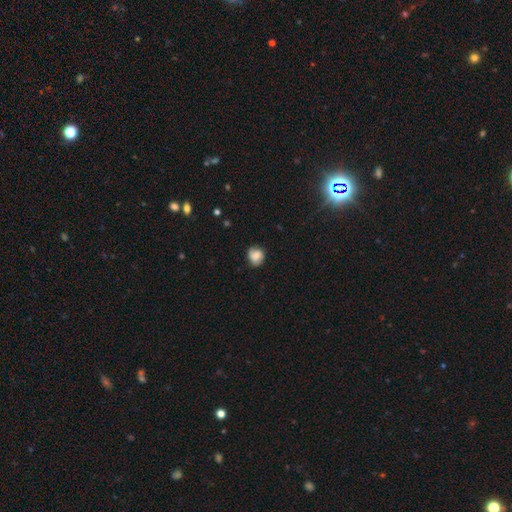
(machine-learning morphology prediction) Smooth or featured? smooth (66%)
How rounded? round (73%)
Merging? none (71%)